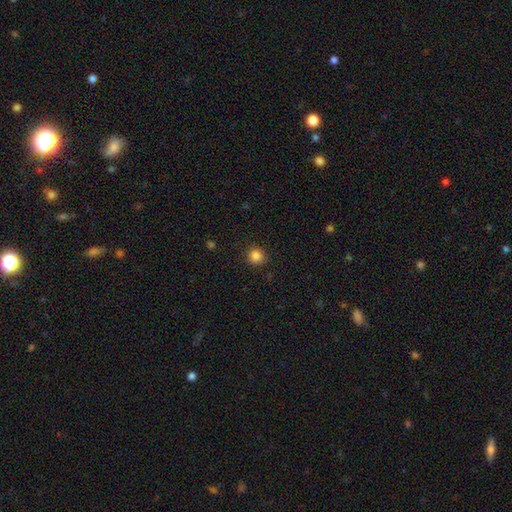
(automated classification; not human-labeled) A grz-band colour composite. It shows a smooth galaxy with no disk features (85%) that is round (92%). Merging: none (90%).